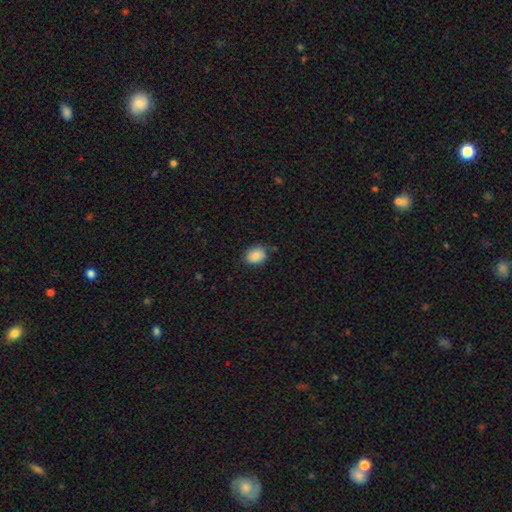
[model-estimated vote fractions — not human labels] A smooth galaxy with no disk features (88%) that is in between round and cigar-shaped (51%).

Vote fractions:
- Smooth or featured? smooth: 88% / star or artifact: 8% / featured or disk: 4%
- How rounded? in between: 51% / round: 48% / cigar-shaped: 1%
- Merging? none: 80% / minor disturbance: 15% / major disturbance: 3% / merger: 2%